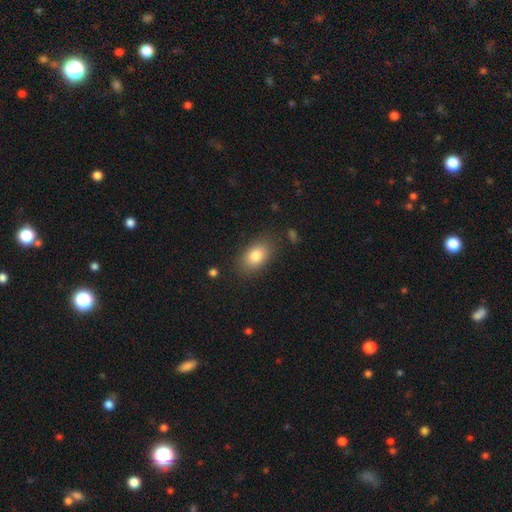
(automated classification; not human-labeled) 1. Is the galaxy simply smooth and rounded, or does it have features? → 82% smooth, 10% featured or disk, 8% star or artifact.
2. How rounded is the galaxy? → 88% in between, 10% round, 2% cigar-shaped.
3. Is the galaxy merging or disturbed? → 83% none, 12% minor disturbance, 4% major disturbance, 2% merger.